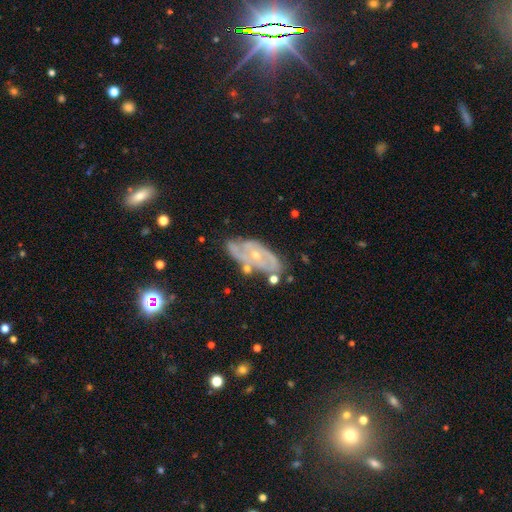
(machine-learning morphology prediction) Smooth or featured? Predicted: featured or disk (p=0.79). Edge-on disk? Predicted: no (p=0.91). Bar? Predicted: no (p=0.73). Spiral arms? Predicted: yes (p=0.82). Spiral winding? Predicted: tight (p=0.53). Spiral arm count? Predicted: can't tell (p=0.38). Bulge size? Predicted: small (p=0.71). Merging? Predicted: none (p=0.64).